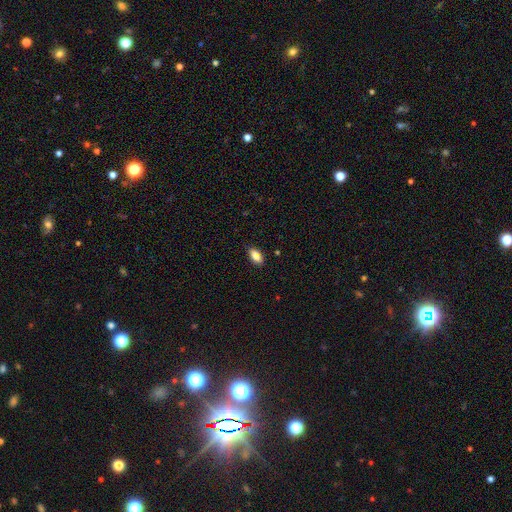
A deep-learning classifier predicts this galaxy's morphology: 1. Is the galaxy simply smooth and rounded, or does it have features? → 81% smooth, 10% star or artifact, 9% featured or disk.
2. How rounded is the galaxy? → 87% in between, 8% cigar-shaped, 5% round.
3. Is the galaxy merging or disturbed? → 82% none, 13% minor disturbance, 3% merger, 2% major disturbance.